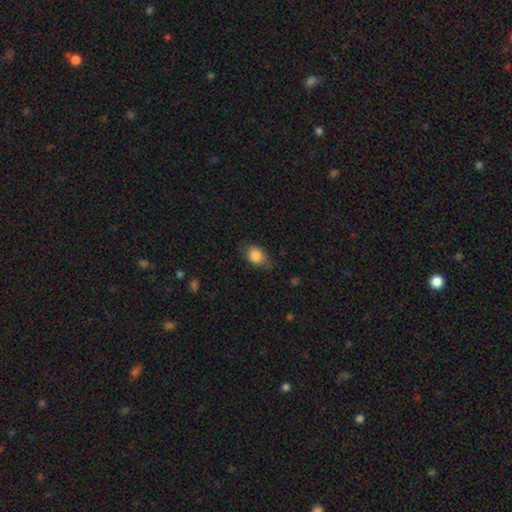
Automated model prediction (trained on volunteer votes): Smooth or featured: smooth — 85% (star or artifact — 8%)
How rounded: in between — 60% (round — 38%)
Merging: none — 63% (minor disturbance — 28%)